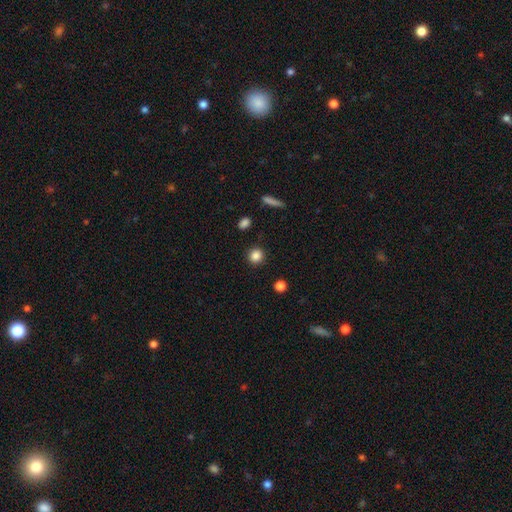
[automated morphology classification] Smooth or featured: smooth — 85% (star or artifact — 11%)
How rounded: round — 91% (in between — 7%)
Merging: none — 91% (minor disturbance — 5%)